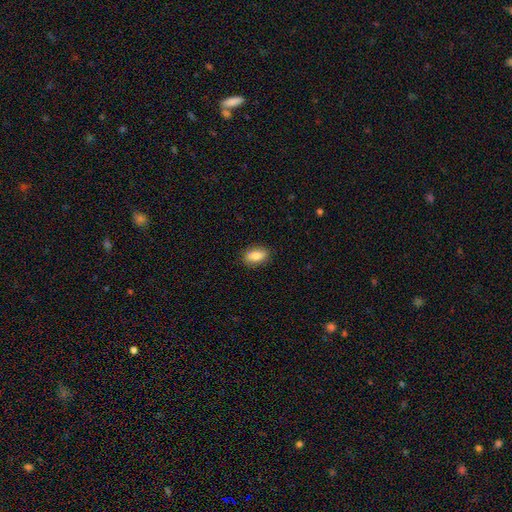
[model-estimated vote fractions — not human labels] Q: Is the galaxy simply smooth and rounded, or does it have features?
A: smooth — 85%.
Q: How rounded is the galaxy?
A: in between — 89%.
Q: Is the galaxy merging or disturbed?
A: none — 87%.